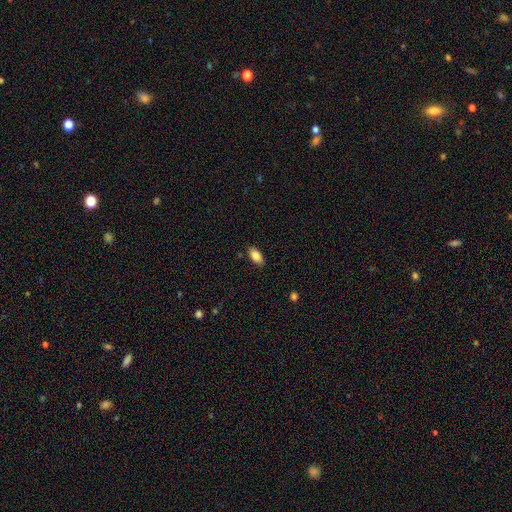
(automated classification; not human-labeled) The model was most divided on "merging": none: 87%, minor disturbance: 10%, major disturbance: 2%, merger: 1%. More confident: how rounded — in between (91%); smooth or featured — smooth (85%).